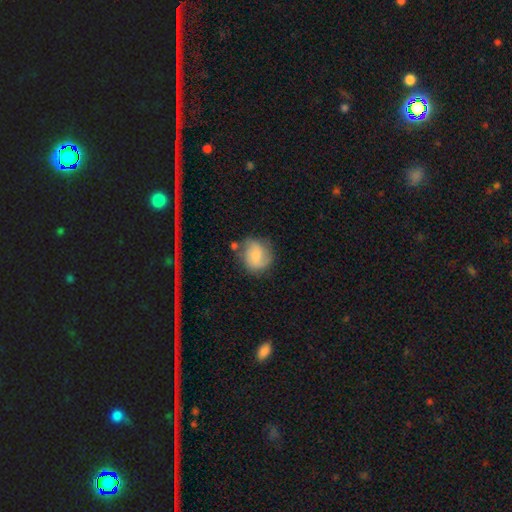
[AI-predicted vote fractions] Smooth or featured: smooth — 49% (featured or disk — 43%)
Merging: none — 62% (minor disturbance — 23%)